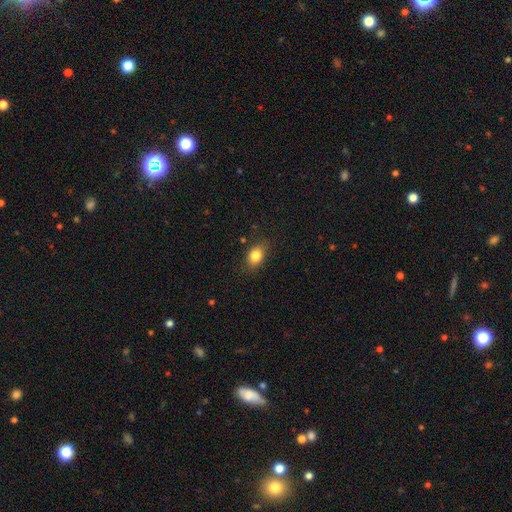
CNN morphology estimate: smooth 82%, star or artifact 9%, featured or disk 8%. Down the decision tree: how rounded — in between (73%); merging — none (81%).